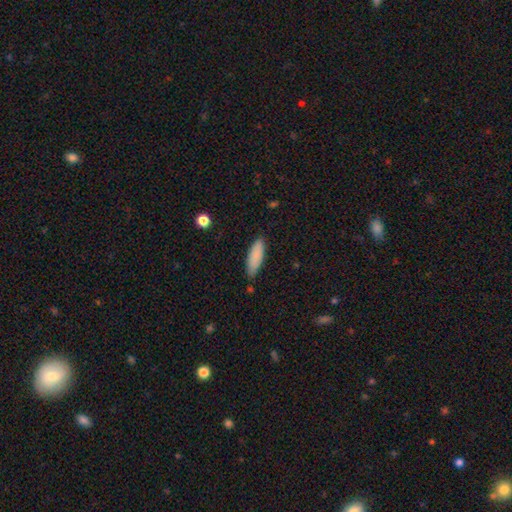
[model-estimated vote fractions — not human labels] Smooth or featured? Predicted: smooth (p=0.86). How rounded? Predicted: in between (p=0.52). Merging? Predicted: none (p=0.82).